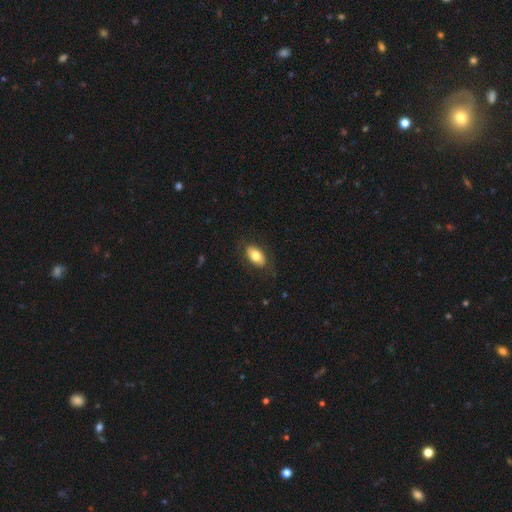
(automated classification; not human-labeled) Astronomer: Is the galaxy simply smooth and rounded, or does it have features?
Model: smooth — 74%.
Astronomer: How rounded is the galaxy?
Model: in between — 92%.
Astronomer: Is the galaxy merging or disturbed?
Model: none — 82%.